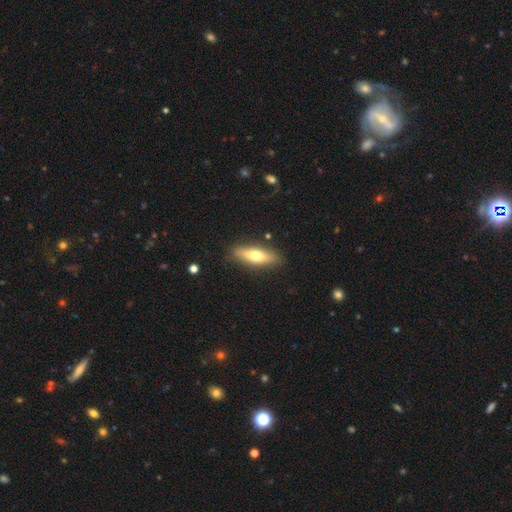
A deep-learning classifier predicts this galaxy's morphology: A smooth galaxy with no disk features (58%) that is cigar-shaped (53%).

Vote fractions:
- Smooth or featured? smooth: 58% / featured or disk: 36% / star or artifact: 6%
- How rounded? cigar-shaped: 53% / in between: 44% / round: 3%
- Merging? none: 86% / minor disturbance: 10% / major disturbance: 2% / merger: 2%